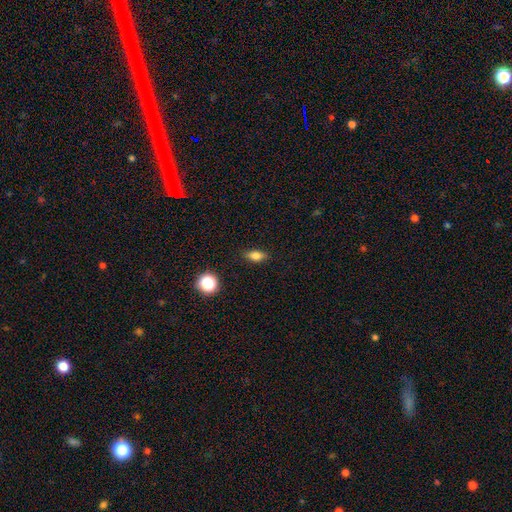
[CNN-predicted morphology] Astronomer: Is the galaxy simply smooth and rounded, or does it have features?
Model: smooth — 76%.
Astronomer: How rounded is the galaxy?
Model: in between — 75%.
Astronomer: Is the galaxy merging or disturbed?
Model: none — 86%.